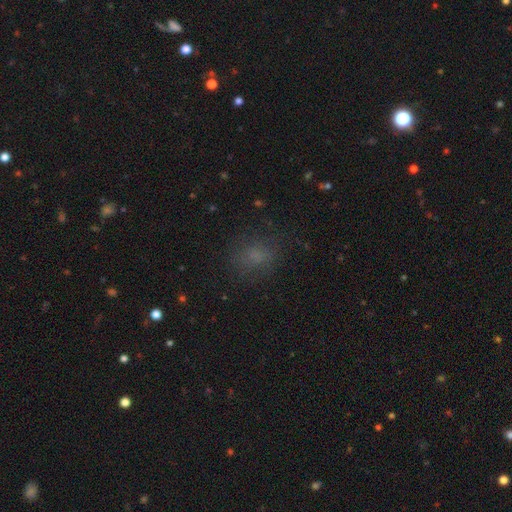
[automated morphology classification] This appears to be a smooth galaxy with no disk features (69%) that is round (51%). Merging: none (75%).